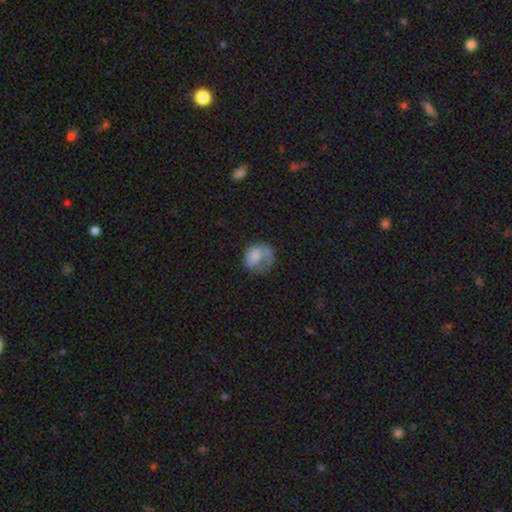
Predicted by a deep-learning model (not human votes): This appears to be a smooth galaxy with no disk features (57%) that is round (60%). Merging: major disturbance (36%, tied with none).